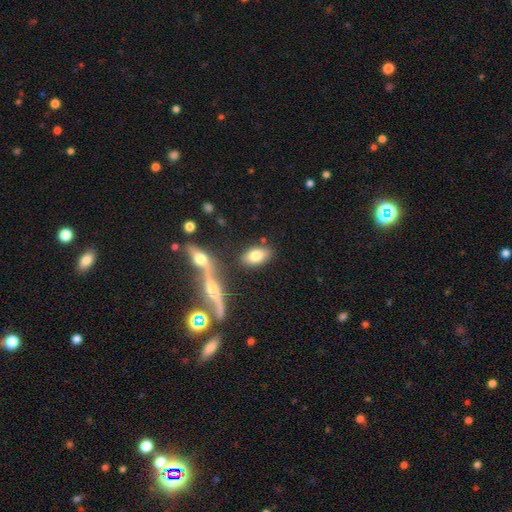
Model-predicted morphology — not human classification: This appears to be a smooth galaxy with no disk features (78%) that is in between round and cigar-shaped (90%). Merging: none (79%).